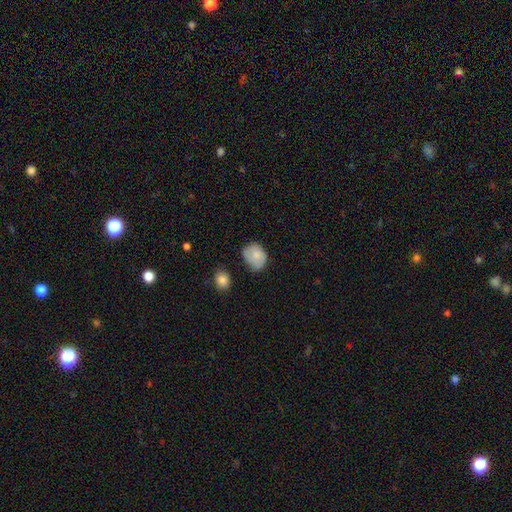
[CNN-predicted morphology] Q: Smooth or featured?
A: smooth (78%); runner-up: featured or disk (15%)
Q: How rounded?
A: round (53%); runner-up: in between (46%)
Q: Merging?
A: none (54%); runner-up: minor disturbance (34%)